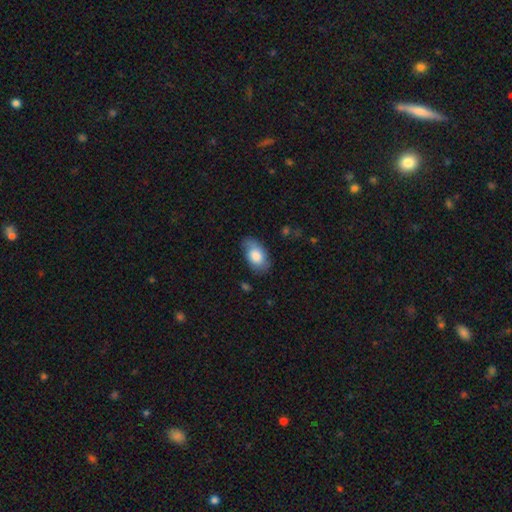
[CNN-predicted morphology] Q: Smooth or featured?
A: smooth (76%); runner-up: featured or disk (18%)
Q: How rounded?
A: in between (93%); runner-up: round (6%)
Q: Merging?
A: none (66%); runner-up: minor disturbance (25%)